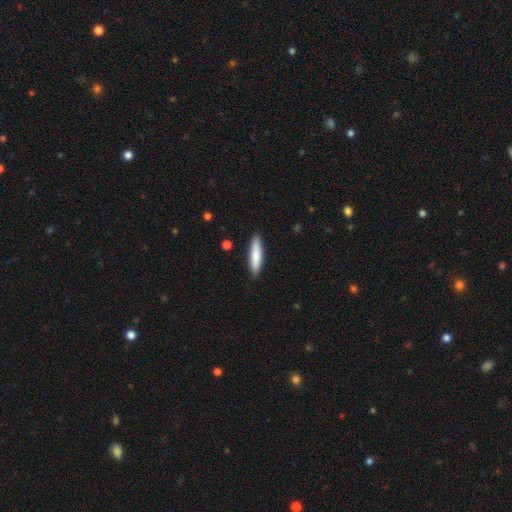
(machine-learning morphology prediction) Smooth or featured: smooth — 82% (featured or disk — 13%)
How rounded: cigar-shaped — 80% (in between — 18%)
Merging: none — 88% (minor disturbance — 9%)